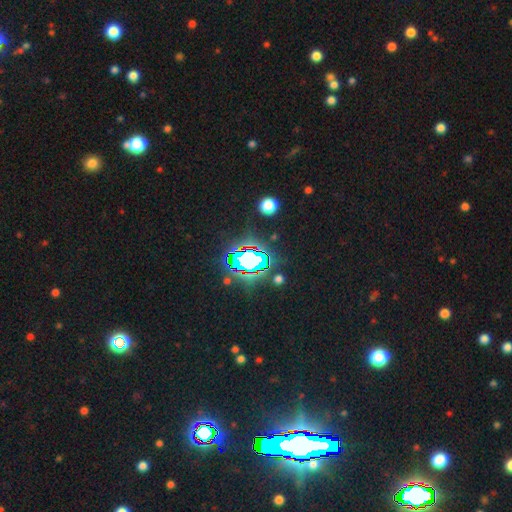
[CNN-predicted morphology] smooth_or_featured: star or artifact (p=0.80) [alt: smooth p=0.12]